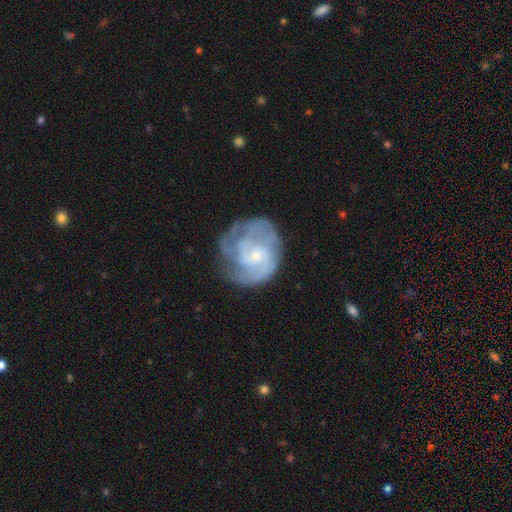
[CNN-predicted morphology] This is clearly a featured or disk galaxy (82%). It is clearly not viewed edge-on (98%). Bar: likely no (66%). Spiral arm pattern: clearly yes (92%). Spiral arm count: marginally can't tell (29%). Spiral winding: possibly tight (46%). Central bulge: likely small (77%). Merging: possibly none (58%).